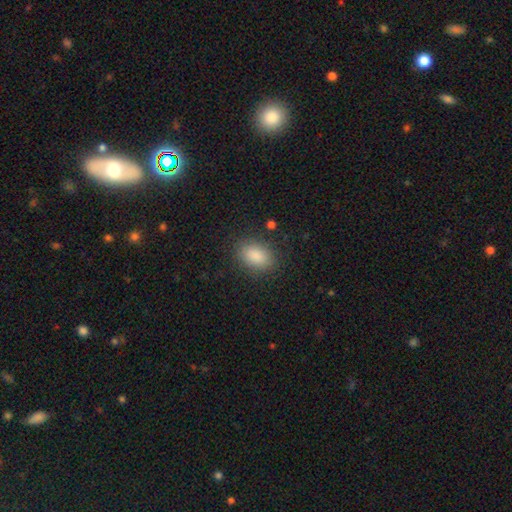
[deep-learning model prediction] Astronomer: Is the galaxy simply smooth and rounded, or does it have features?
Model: smooth — 88%.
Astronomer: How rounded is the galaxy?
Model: in between — 85%.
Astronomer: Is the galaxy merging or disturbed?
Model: none — 85%.